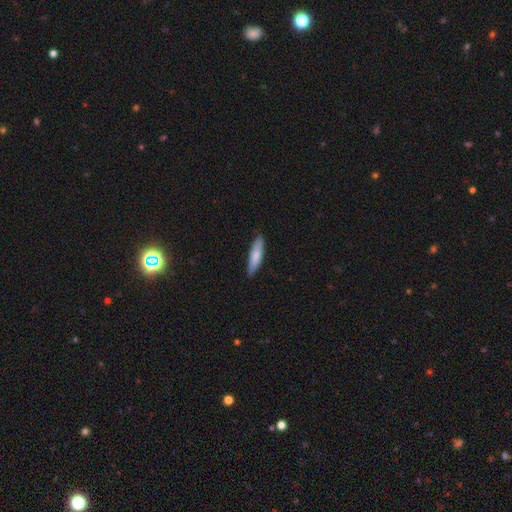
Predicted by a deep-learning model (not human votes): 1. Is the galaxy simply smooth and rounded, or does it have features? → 78% smooth, 17% featured or disk, 5% star or artifact.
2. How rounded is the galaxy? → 66% cigar-shaped, 33% in between, 1% round.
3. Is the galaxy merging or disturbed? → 83% none, 14% minor disturbance, 2% major disturbance, 1% merger.